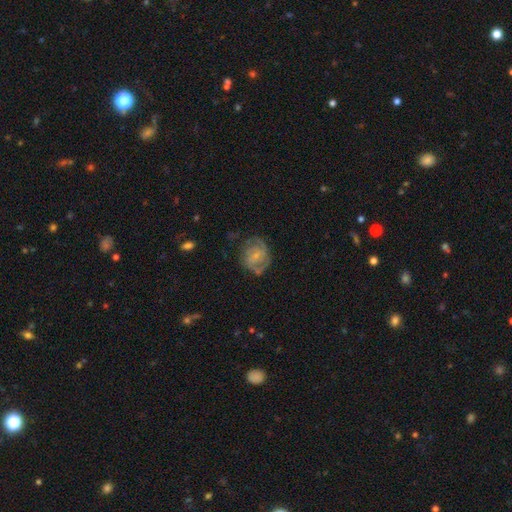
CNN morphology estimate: featured or disk 78%, smooth 16%, star or artifact 6%. Down the decision tree: edge-on disk — no (98%); bar — no (46%); spiral arms — yes (92%); spiral arm count — 2 (55%); spiral winding — tight (50%); bulge size — small (69%); merging — none (62%).